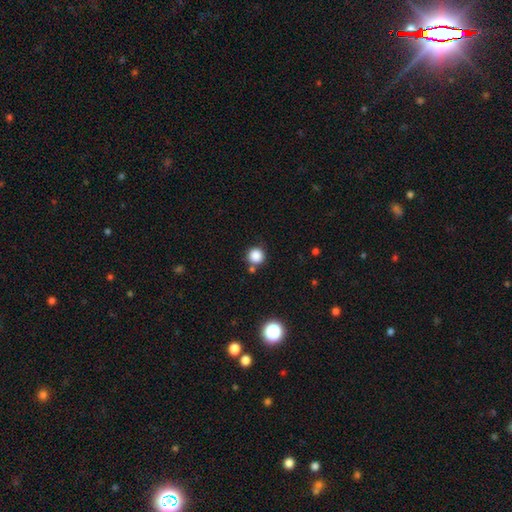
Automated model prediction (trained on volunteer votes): Smooth or featured: smooth — 85% (star or artifact — 11%)
How rounded: round — 94% (in between — 5%)
Merging: none — 80% (minor disturbance — 9%)